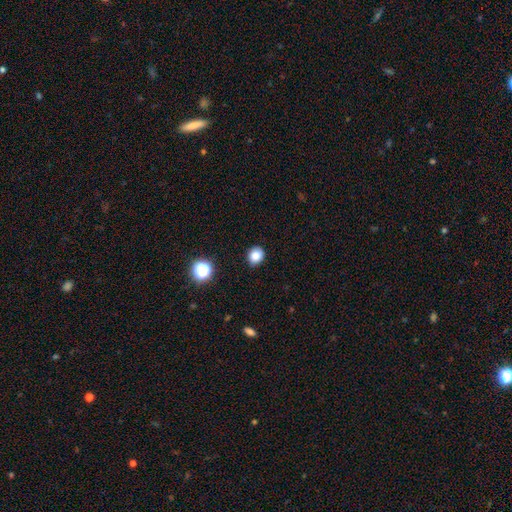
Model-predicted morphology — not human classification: This appears to be a smooth galaxy with no disk features (83%) that is round (72%). Merging: none (88%).